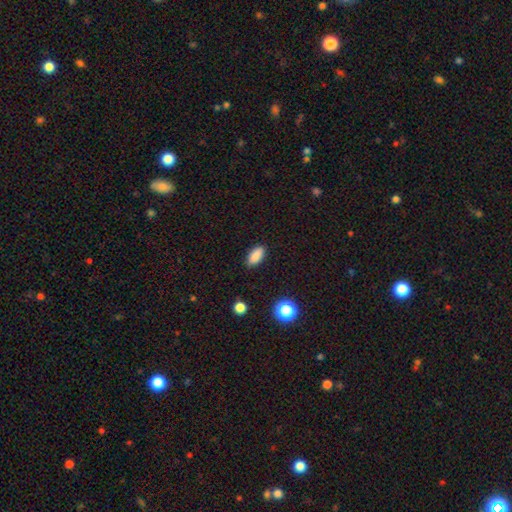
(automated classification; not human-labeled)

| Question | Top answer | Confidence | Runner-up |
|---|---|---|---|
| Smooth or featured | smooth | 87% | star or artifact (9%) |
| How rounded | in between | 89% | cigar-shaped (7%) |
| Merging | none | 87% | minor disturbance (10%) |